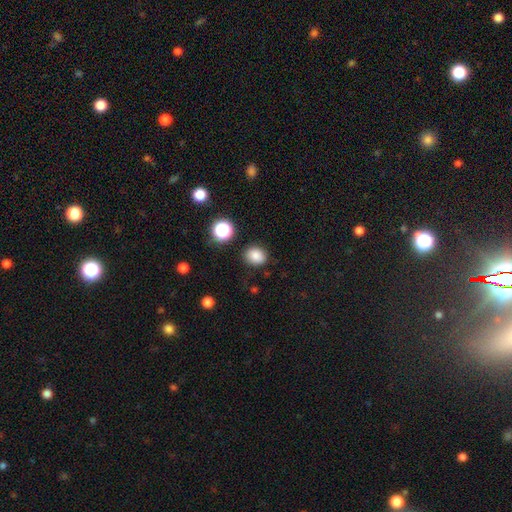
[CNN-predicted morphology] Smooth or featured: smooth — 83% (star or artifact — 12%)
How rounded: round — 66% (in between — 34%)
Merging: none — 85% (minor disturbance — 10%)